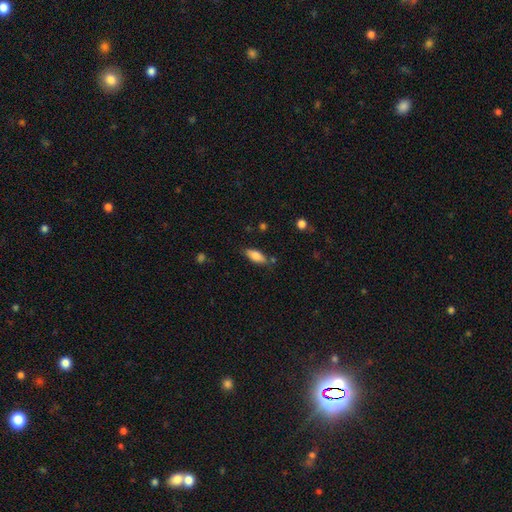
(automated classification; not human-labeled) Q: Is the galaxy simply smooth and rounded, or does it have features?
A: smooth — 81%.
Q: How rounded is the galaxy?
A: in between — 75%.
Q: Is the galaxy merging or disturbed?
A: none — 74%.